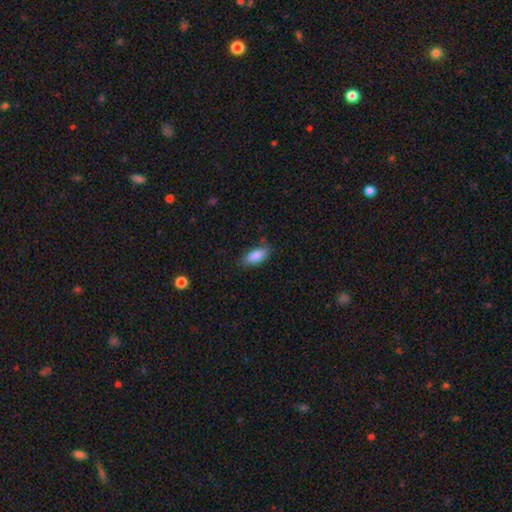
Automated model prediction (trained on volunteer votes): Morphology: type=smooth (87%); roundness=in between (88%); merging=none (77%).